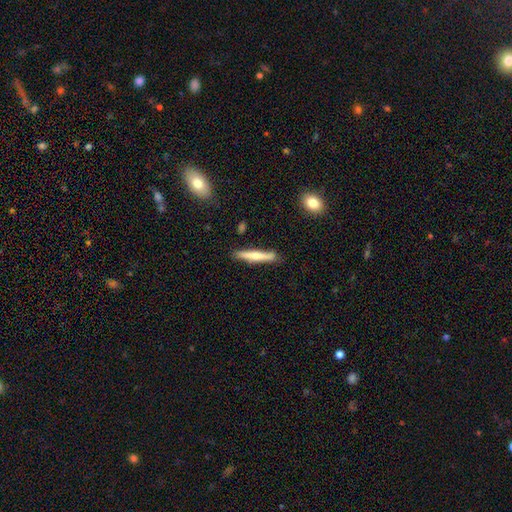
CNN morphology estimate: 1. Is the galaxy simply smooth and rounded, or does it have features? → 55% smooth, 39% featured or disk, 6% star or artifact.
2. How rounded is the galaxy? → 92% cigar-shaped, 7% in between, 2% round.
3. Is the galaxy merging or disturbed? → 84% none, 11% minor disturbance, 2% merger, 2% major disturbance.